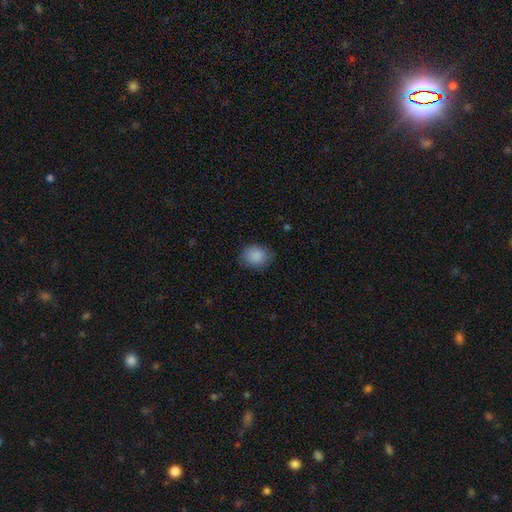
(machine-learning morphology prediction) smooth-or-featured: smooth: 88% | star or artifact: 8% | featured or disk: 4%
  how-rounded: round: 56% | in between: 43% | cigar-shaped: 1%
  merging: none: 78% | minor disturbance: 17% | major disturbance: 4% | merger: 1%